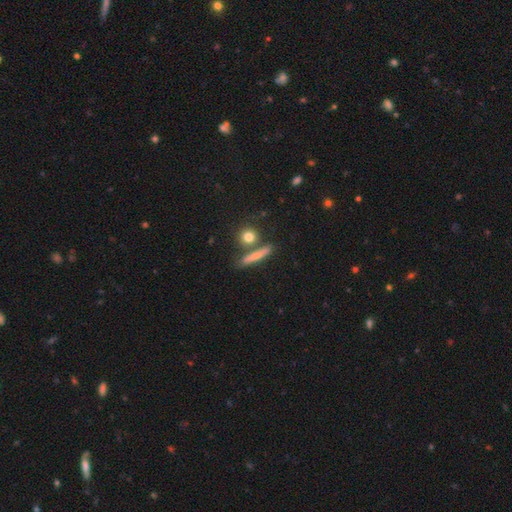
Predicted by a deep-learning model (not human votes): smooth_or_featured: smooth (p=0.71) [alt: featured or disk p=0.21]
how_rounded: cigar-shaped (p=0.70) [alt: round p=0.17]
merging: none (p=0.74) [alt: minor disturbance p=0.11]